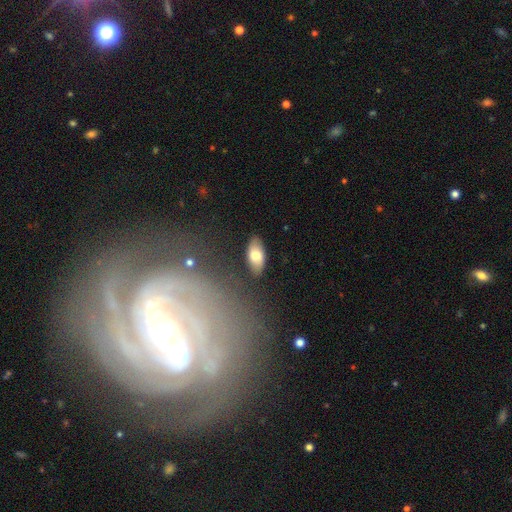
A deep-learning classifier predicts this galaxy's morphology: Smooth or featured? Predicted: smooth (p=0.75). How rounded? Predicted: in between (p=0.92). Merging? Predicted: none (p=0.86).